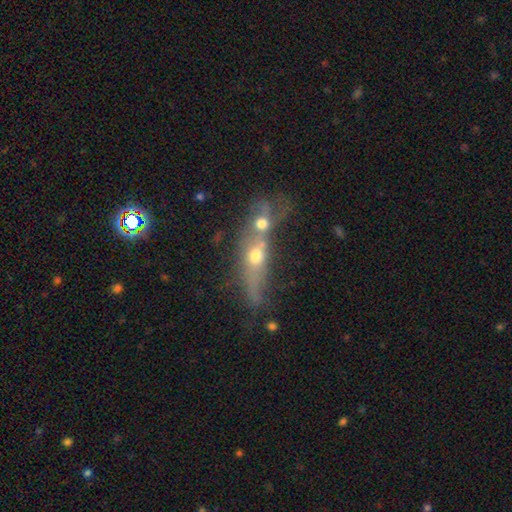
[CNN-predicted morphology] A featured or disk galaxy (46%). Merging: merger (62%).